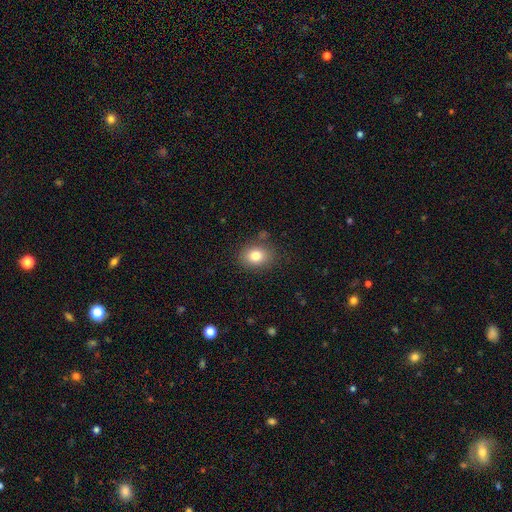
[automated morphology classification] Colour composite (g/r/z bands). It shows a smooth galaxy with no disk features (81%) that is in between round and cigar-shaped (59%). Merging: none (81%).